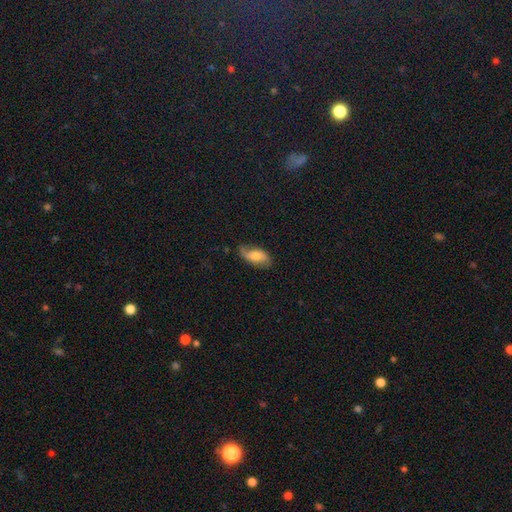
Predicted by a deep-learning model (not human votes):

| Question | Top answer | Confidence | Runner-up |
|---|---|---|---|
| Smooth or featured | featured or disk | 48% | smooth (45%) |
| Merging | none | 65% | minor disturbance (25%) |